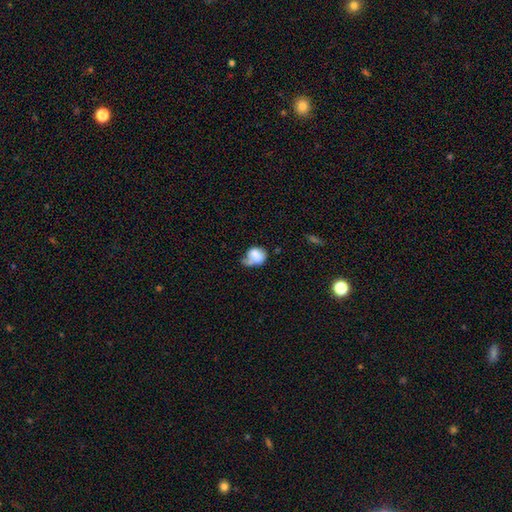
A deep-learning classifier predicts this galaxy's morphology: Smooth or featured: smooth — 72% (featured or disk — 18%)
How rounded: in between — 51% (round — 47%)
Merging: minor disturbance — 31% (none — 28%)